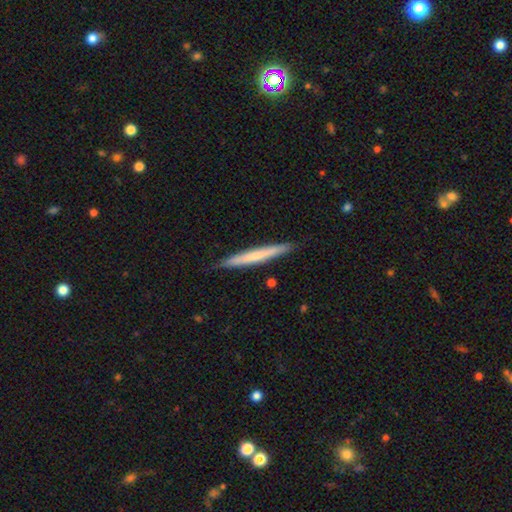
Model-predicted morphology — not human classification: This is possibly a smooth galaxy (58%). How rounded: clearly cigar-shaped (97%). Merging: clearly none (88%).